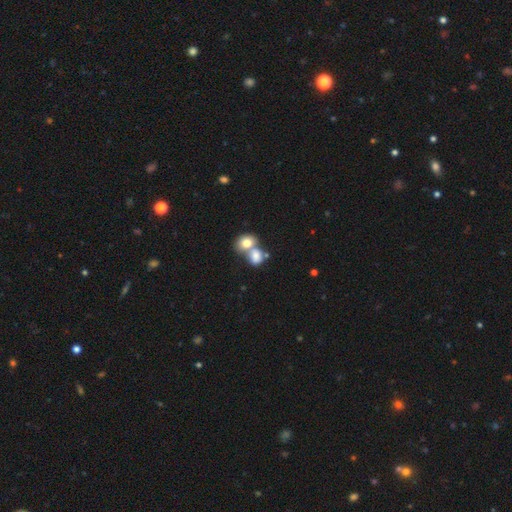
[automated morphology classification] A smooth galaxy with no disk features (76%) that is in between round and cigar-shaped (54%). Merging: merger (67%).